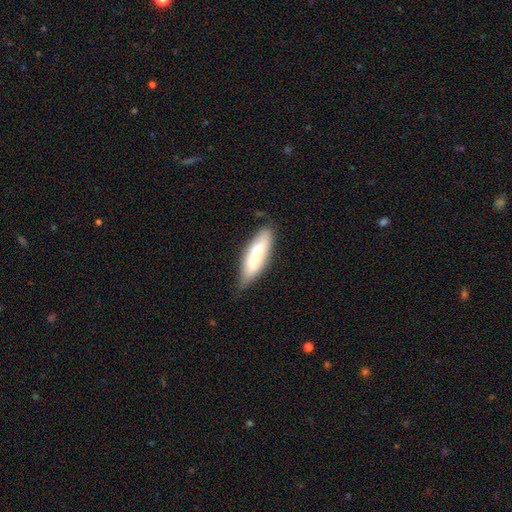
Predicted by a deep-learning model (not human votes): smooth 72%, featured or disk 22%, star or artifact 6%. Down the decision tree: how rounded — cigar-shaped (52%); merging — none (67%).